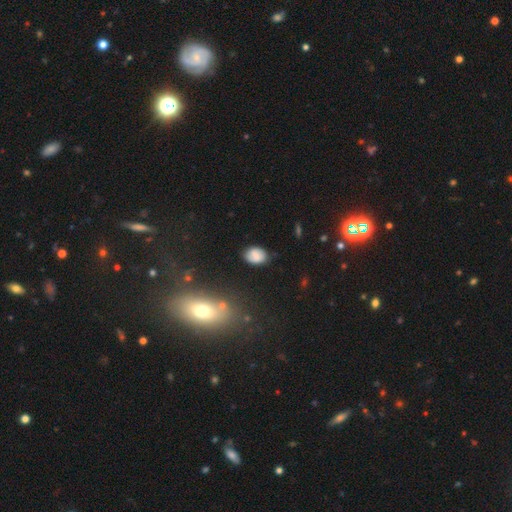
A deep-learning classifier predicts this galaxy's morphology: Q: Smooth or featured?
A: smooth (76%); runner-up: featured or disk (14%)
Q: How rounded?
A: in between (78%); runner-up: round (21%)
Q: Merging?
A: none (76%); runner-up: minor disturbance (18%)